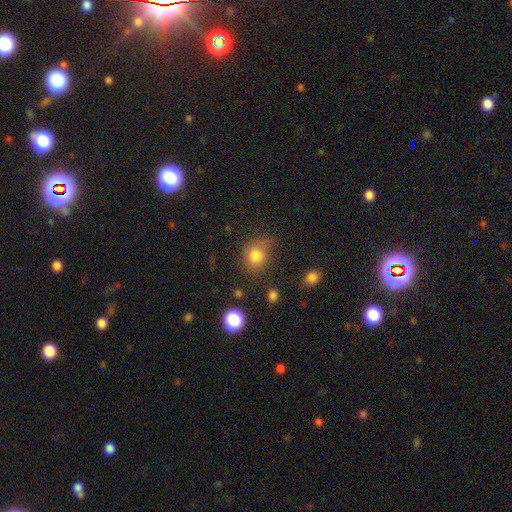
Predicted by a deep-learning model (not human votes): Overall: smooth (80%). How rounded: round (70%). Merging: none (58%; minor disturbance 25%).